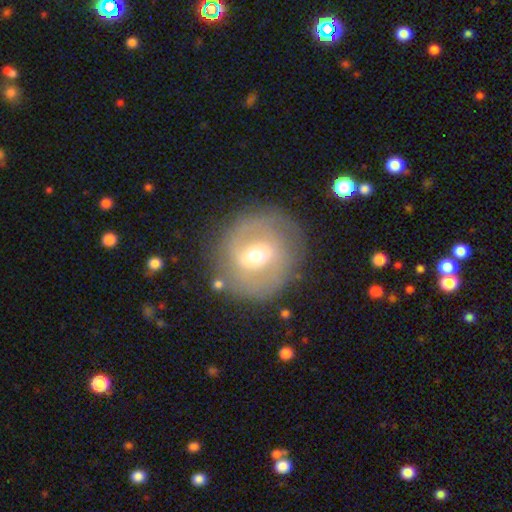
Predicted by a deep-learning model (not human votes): Smooth or featured? featured or disk (65%)
Edge-on disk? no (94%)
Bar? weak (51%)
Spiral arms? yes (62%)
Bulge size? moderate (61%)
Merging? none (79%)